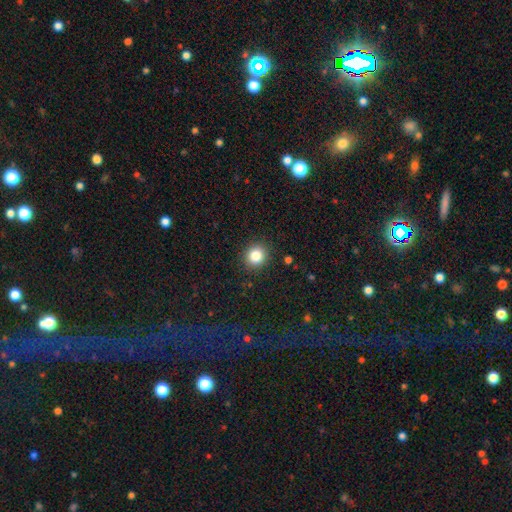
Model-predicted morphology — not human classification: A smooth galaxy with no disk features (84%) that is round (87%).

Vote fractions:
- Smooth or featured? smooth: 84% / star or artifact: 11% / featured or disk: 5%
- How rounded? round: 87% / in between: 12% / cigar-shaped: 1%
- Merging? none: 90% / minor disturbance: 6% / major disturbance: 2% / merger: 1%